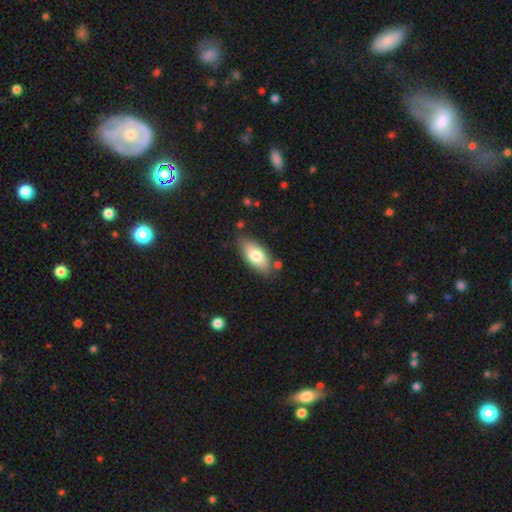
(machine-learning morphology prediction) type=smooth (75%); roundness=in between (88%); merging=none (78%).